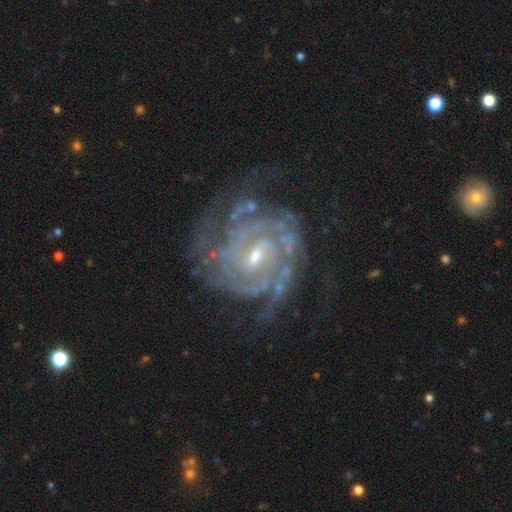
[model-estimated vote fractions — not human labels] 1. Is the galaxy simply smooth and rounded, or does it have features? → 91% featured or disk, 6% star or artifact, 4% smooth.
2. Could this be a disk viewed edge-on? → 97% no, 3% yes.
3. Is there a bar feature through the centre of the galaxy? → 52% weak, 32% no, 16% strong.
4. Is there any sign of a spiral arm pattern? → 97% yes, 3% no.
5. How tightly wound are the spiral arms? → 68% tight, 27% medium, 5% loose.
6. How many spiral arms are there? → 28% 2, 25% can't tell, 20% 3, 14% 4, 7% more than 4, 6% 1.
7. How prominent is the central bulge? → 58% small, 38% moderate, 2% none, 2% large, 1% dominant.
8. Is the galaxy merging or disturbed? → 64% none, 20% minor disturbance, 13% major disturbance, 2% merger.